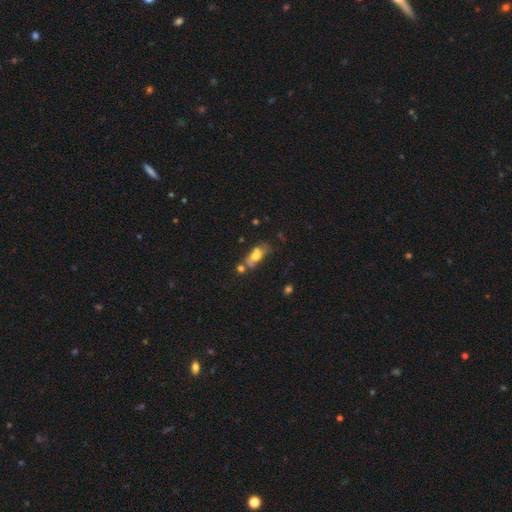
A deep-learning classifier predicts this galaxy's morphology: smooth 51%, featured or disk 38%, star or artifact 11%. Down the decision tree: how rounded — in between (76%); merging — none (35%).